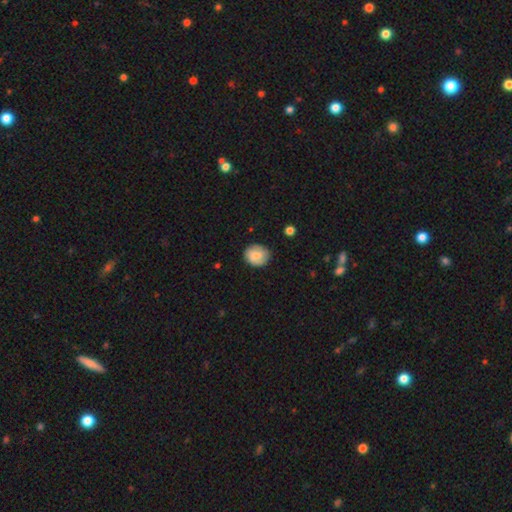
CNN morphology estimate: A smooth galaxy with no disk features (63%) that is round (72%). Merging: none (79%).